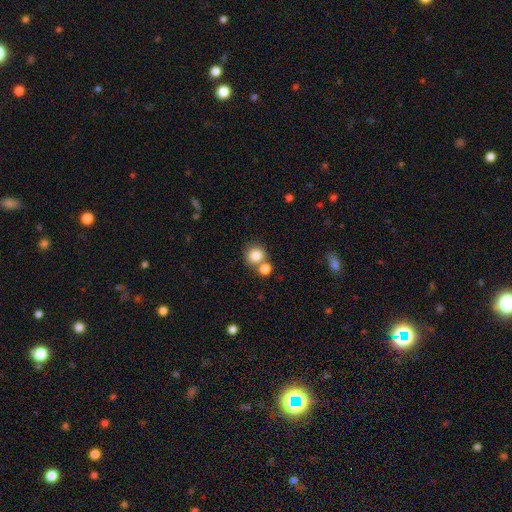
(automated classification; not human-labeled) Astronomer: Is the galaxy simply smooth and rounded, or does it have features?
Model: smooth — 83%.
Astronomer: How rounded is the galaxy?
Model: round — 90%.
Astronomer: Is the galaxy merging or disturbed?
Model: none — 61%.